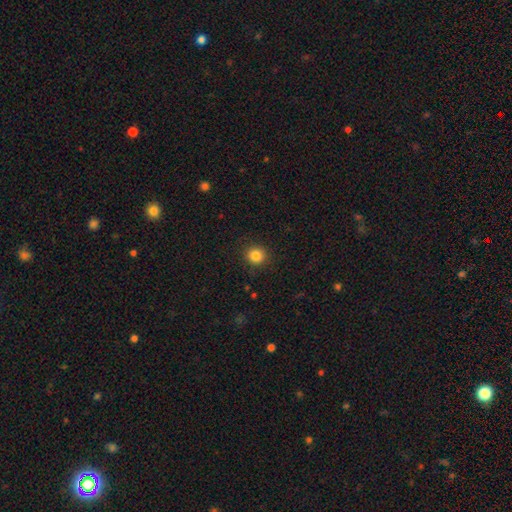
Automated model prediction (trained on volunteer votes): smooth 84%, star or artifact 11%, featured or disk 4%. Down the decision tree: how rounded — round (91%); merging — none (91%).